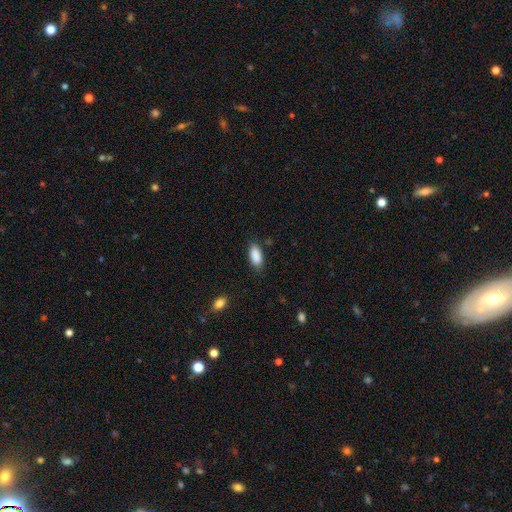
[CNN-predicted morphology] The model was most divided on "merging": none: 80%, minor disturbance: 16%, major disturbance: 3%, merger: 2%. More confident: smooth or featured — smooth (89%); how rounded — in between (89%).